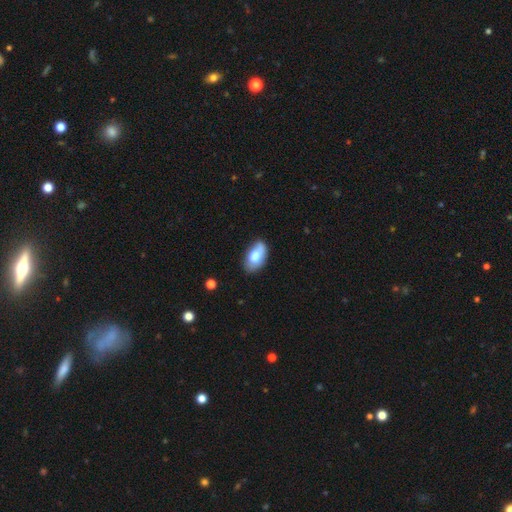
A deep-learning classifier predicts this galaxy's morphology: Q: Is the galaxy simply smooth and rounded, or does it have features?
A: smooth — 75%.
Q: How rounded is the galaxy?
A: in between — 94%.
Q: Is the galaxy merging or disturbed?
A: none — 62%.